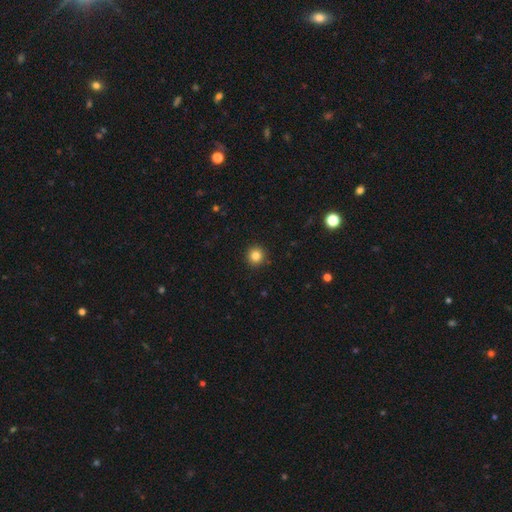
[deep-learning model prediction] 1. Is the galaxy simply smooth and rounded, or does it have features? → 84% smooth, 11% star or artifact, 5% featured or disk.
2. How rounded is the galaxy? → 95% round, 5% in between, 1% cigar-shaped.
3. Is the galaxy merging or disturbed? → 92% none, 5% minor disturbance, 2% major disturbance, 1% merger.